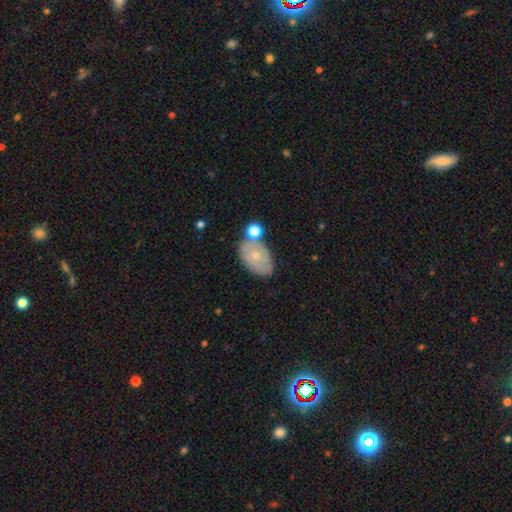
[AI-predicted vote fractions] Overall: smooth (61%; featured or disk 32%). How rounded: in between (88%). Merging: none (60%).